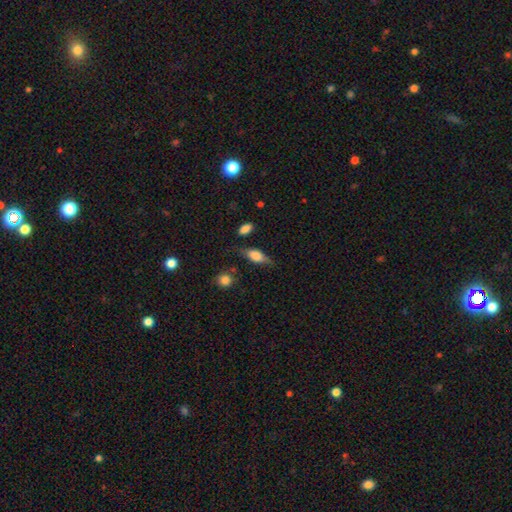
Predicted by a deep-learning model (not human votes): The model was most divided on "smooth or featured": smooth: 58%, featured or disk: 35%, star or artifact: 7%. More confident: how rounded — in between (73%); merging — none (66%).